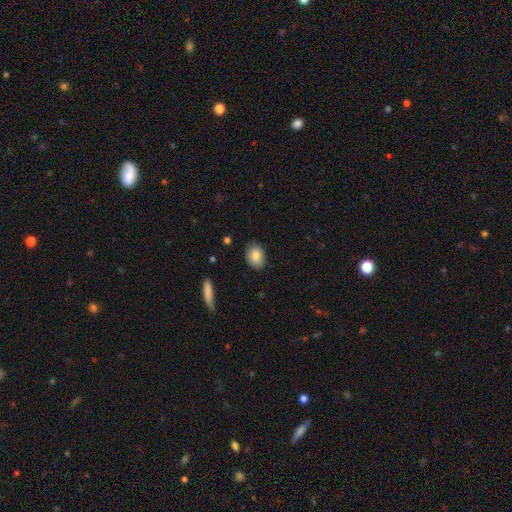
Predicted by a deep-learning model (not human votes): A smooth galaxy with no disk features (84%) that is in between round and cigar-shaped (64%).

Vote fractions:
- Smooth or featured? smooth: 84% / featured or disk: 8% / star or artifact: 8%
- How rounded? in between: 64% / round: 35% / cigar-shaped: 1%
- Merging? none: 85% / minor disturbance: 12% / major disturbance: 2% / merger: 1%